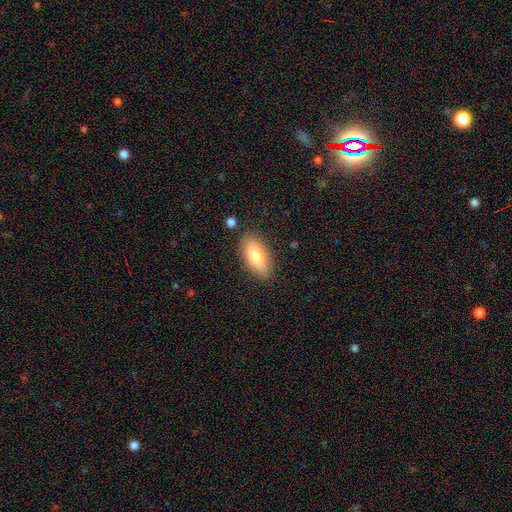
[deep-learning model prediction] Morphology: type=smooth (77%); roundness=in between (86%); merging=none (85%).